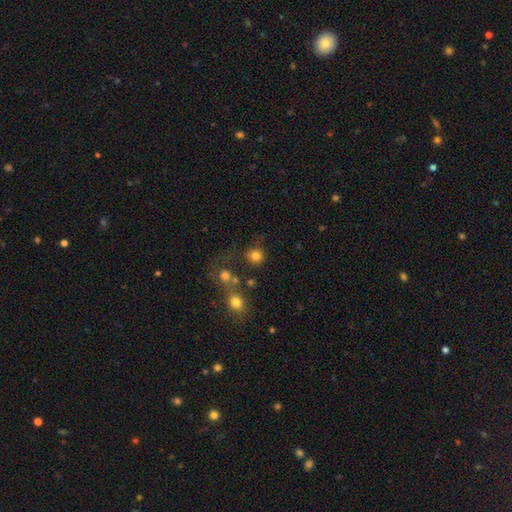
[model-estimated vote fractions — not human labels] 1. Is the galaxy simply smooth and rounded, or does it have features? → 80% smooth, 13% star or artifact, 7% featured or disk.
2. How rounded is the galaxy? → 90% round, 9% in between, 1% cigar-shaped.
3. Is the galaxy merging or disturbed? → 67% none, 13% merger, 11% minor disturbance, 8% major disturbance.